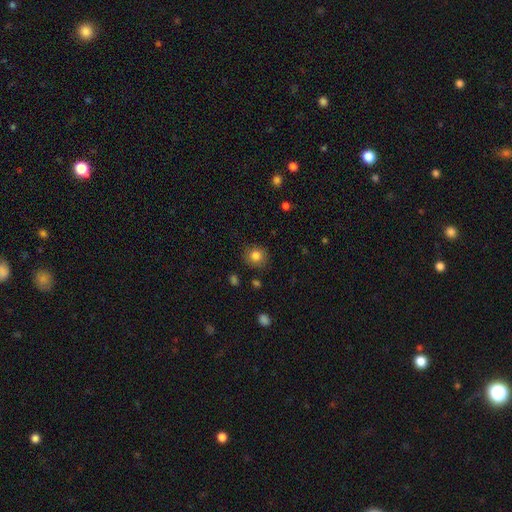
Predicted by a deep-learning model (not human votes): Morphology: type=smooth (83%); roundness=round (88%); merging=none (87%).